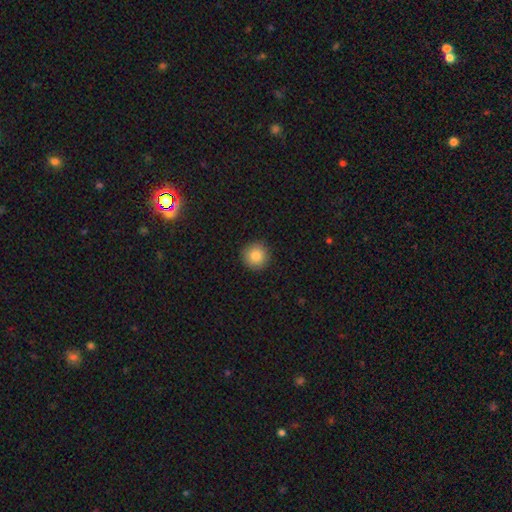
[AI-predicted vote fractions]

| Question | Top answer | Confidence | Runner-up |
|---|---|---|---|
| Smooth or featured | smooth | 86% | star or artifact (9%) |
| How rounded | round | 95% | in between (4%) |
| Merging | none | 92% | minor disturbance (6%) |